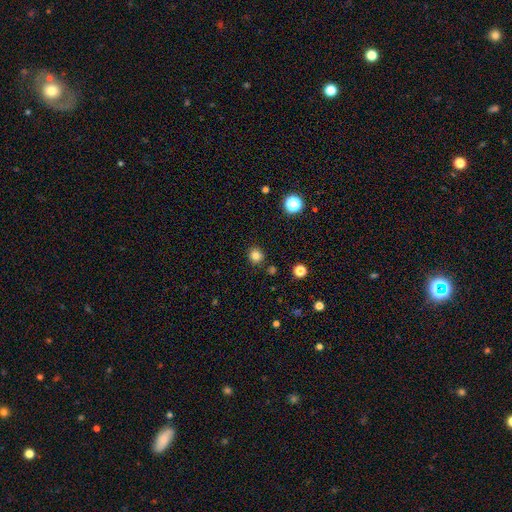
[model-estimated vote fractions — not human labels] Q: Smooth or featured?
A: smooth (81%); runner-up: star or artifact (13%)
Q: How rounded?
A: round (87%); runner-up: in between (12%)
Q: Merging?
A: none (87%); runner-up: minor disturbance (8%)